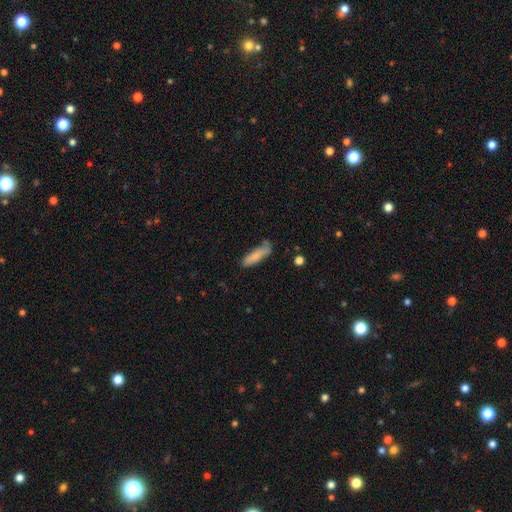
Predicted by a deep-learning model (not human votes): Smooth or featured? smooth (82%)
How rounded? cigar-shaped (66%)
Merging? none (67%)